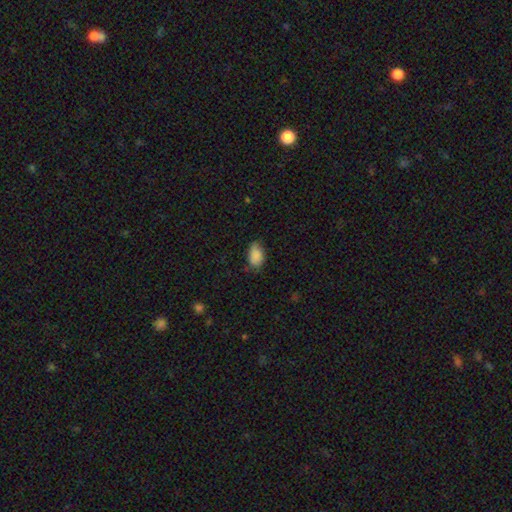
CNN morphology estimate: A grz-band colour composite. It shows a smooth galaxy with no disk features (85%) that is in between round and cigar-shaped (91%). Merging: none (61%).